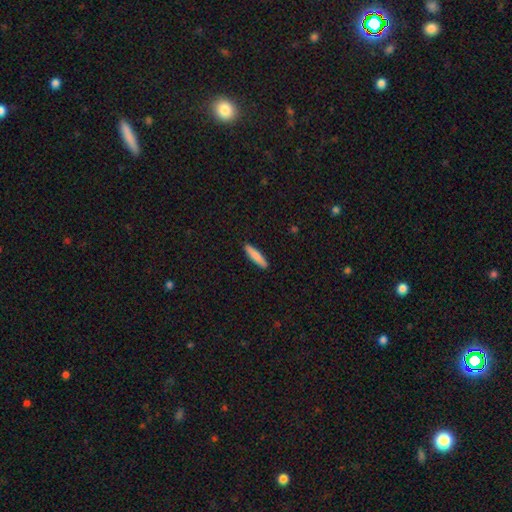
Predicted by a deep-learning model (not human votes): Smooth or featured? smooth (83%)
How rounded? cigar-shaped (86%)
Merging? none (91%)